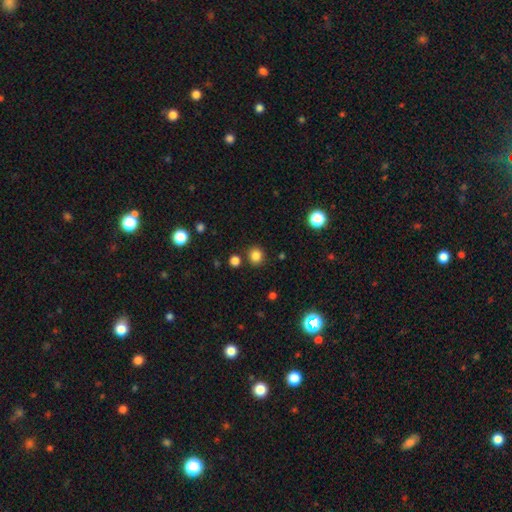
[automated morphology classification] Overall: smooth (83%). How rounded: round (87%). Merging: none (85%).